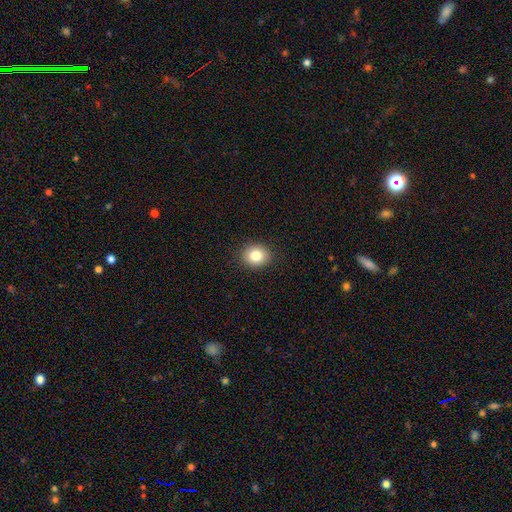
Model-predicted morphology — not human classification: Smooth or featured: smooth — 83% (star or artifact — 10%)
How rounded: round — 71% (in between — 28%)
Merging: none — 91% (minor disturbance — 6%)